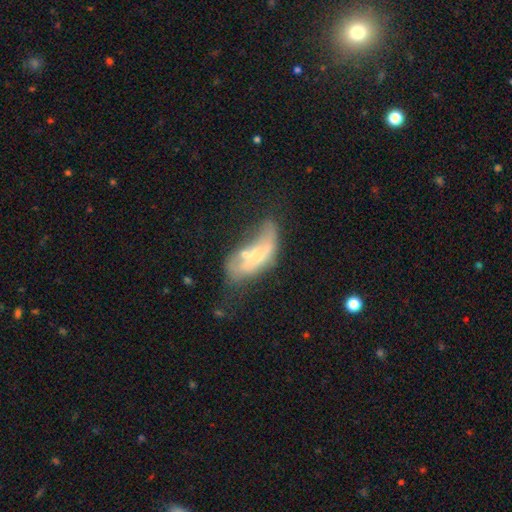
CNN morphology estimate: Smooth or featured? Predicted: featured or disk (p=0.50). Merging? Predicted: major disturbance (p=0.31).